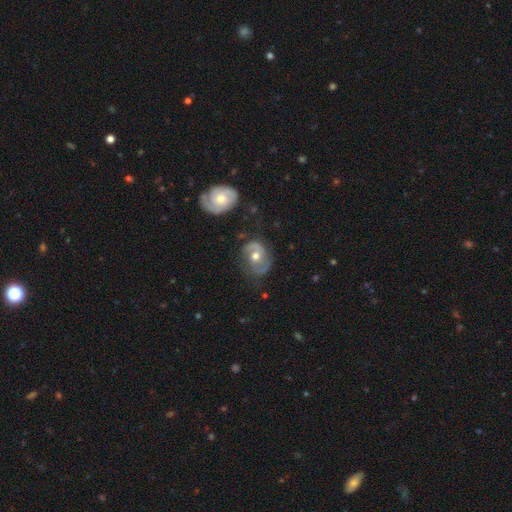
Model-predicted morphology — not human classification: The model was most divided on "spiral winding": medium: 46%, tight: 30%, loose: 24%. More confident: edge-on disk — no (96%); spiral arms — yes (84%); spiral arm count — 2 (77%); bulge size — moderate (76%); smooth or featured — featured or disk (72%); bar — no (65%); merging — none (61%).